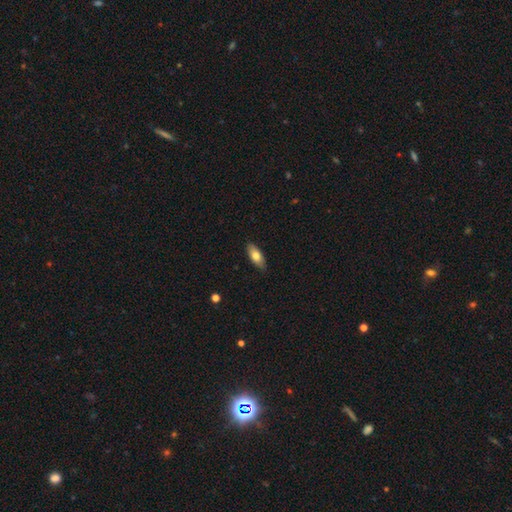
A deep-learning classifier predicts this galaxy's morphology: Overall: smooth (72%). How rounded: in between (76%). Merging: none (85%).